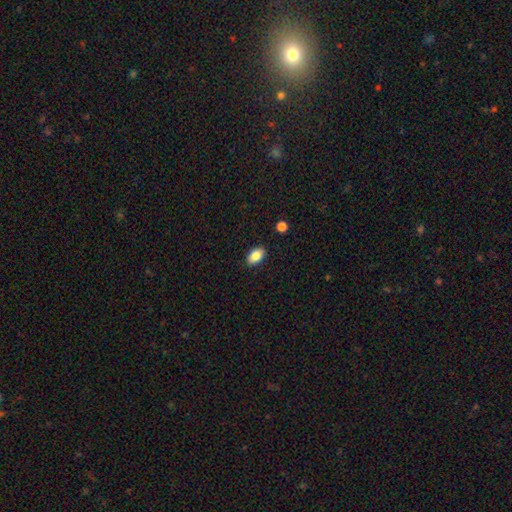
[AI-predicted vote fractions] Morphology: type=smooth (85%); roundness=in between (91%); merging=none (89%).